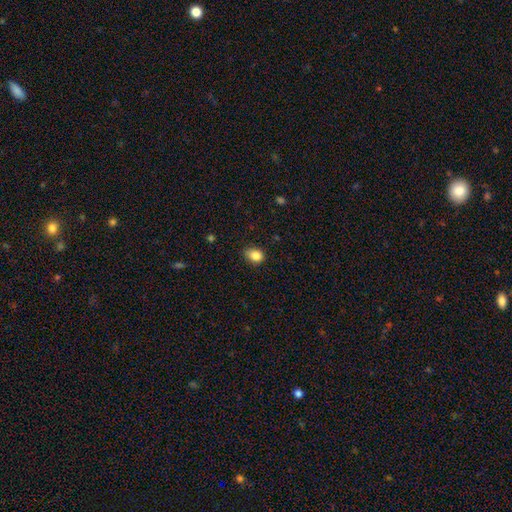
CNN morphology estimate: Smooth or featured? smooth (85%)
How rounded? in between (56%)
Merging? none (73%)